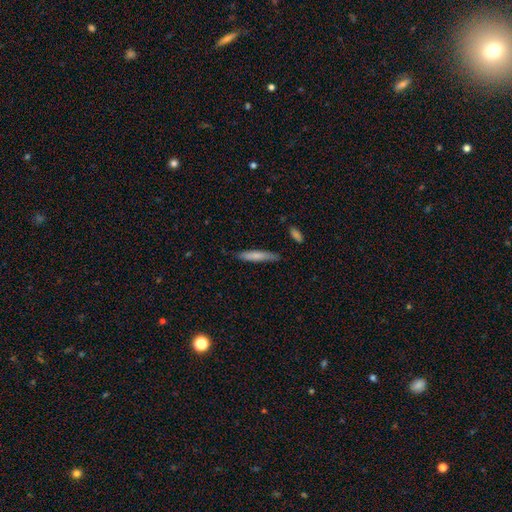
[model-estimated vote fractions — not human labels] Smooth or featured? Predicted: smooth (p=0.75). How rounded? Predicted: cigar-shaped (p=0.90). Merging? Predicted: none (p=0.79).